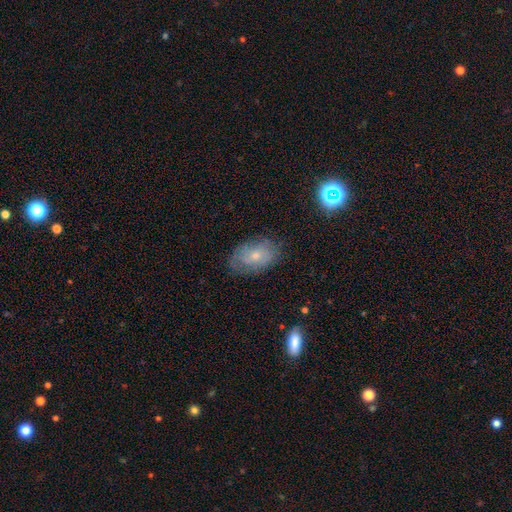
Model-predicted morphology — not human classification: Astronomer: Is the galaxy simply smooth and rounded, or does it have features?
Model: smooth — 48% (runner-up: featured or disk, 42%).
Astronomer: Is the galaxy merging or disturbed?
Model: none — 74%.